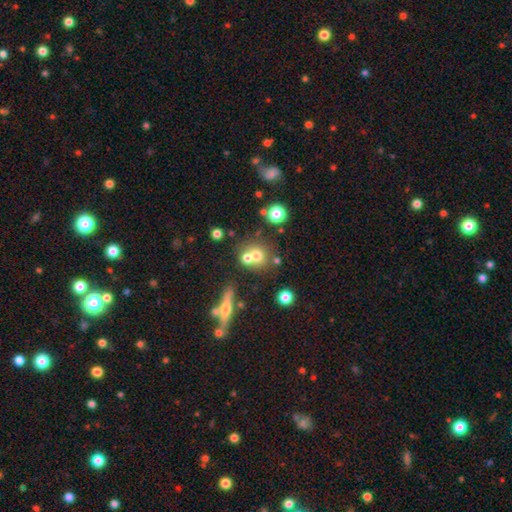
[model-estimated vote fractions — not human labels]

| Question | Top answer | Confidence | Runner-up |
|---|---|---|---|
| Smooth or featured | smooth | 64% | featured or disk (21%) |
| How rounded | round | 83% | in between (15%) |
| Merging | none | 46% | merger (42%) |